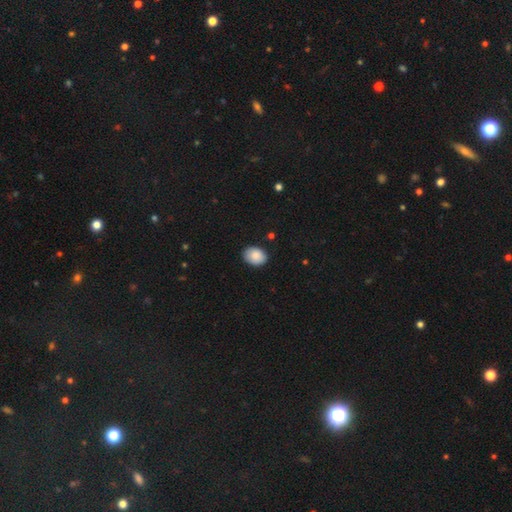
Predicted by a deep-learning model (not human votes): smooth-or-featured: smooth: 87% | star or artifact: 7% | featured or disk: 6%
  how-rounded: in between: 67% | round: 32% | cigar-shaped: 1%
  merging: none: 85% | minor disturbance: 12% | major disturbance: 2% | merger: 1%